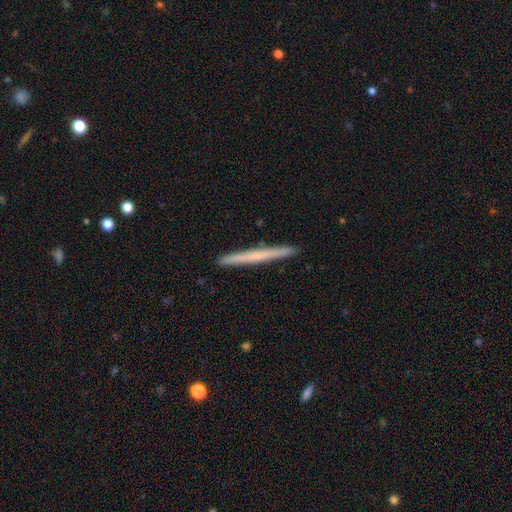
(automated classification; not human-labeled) Morphology: type=smooth (53%); roundness=cigar-shaped (97%); merging=none (93%).